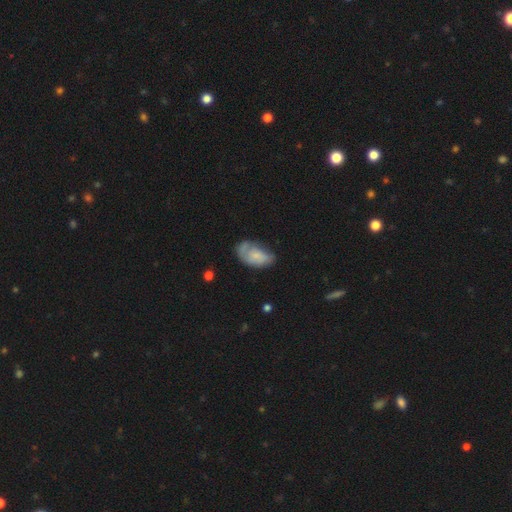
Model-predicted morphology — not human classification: type=smooth (59%); roundness=in between (92%); merging=none (43%).